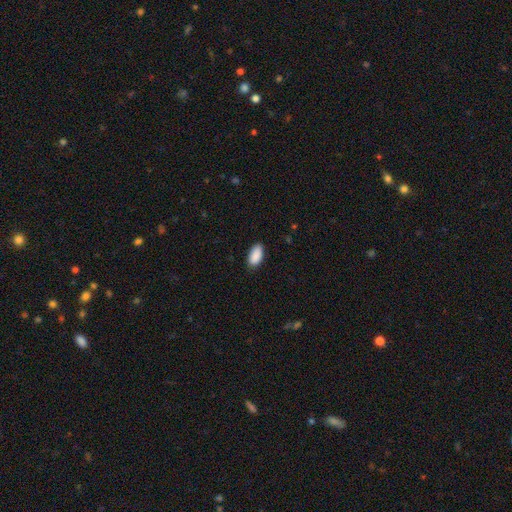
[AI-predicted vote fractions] This appears to be a smooth galaxy with no disk features (90%) that is in between round and cigar-shaped (94%). Merging: none (85%).